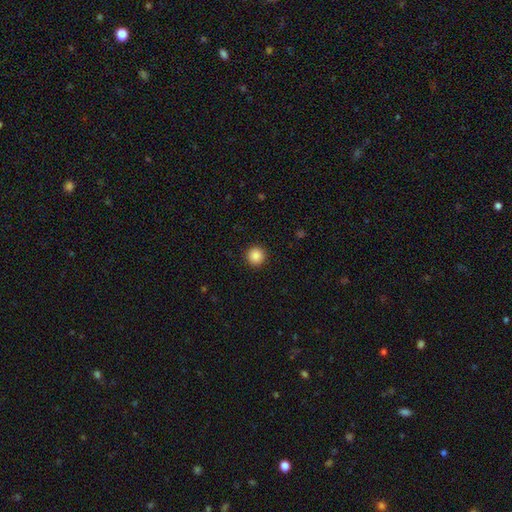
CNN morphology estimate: Smooth or featured?
  - smooth: 87% *
  - star or artifact: 10%
  - featured or disk: 3%
How rounded?
  - round: 96% *
  - in between: 3%
  - cigar-shaped: 1%
Merging?
  - none: 93% *
  - minor disturbance: 4%
  - major disturbance: 2%
  - merger: 1%